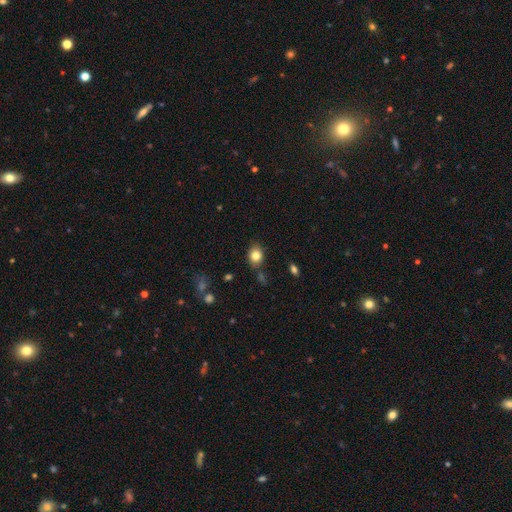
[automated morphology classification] This appears to be a smooth galaxy with no disk features (82%) that is in between round and cigar-shaped (56%). Merging: none (80%).